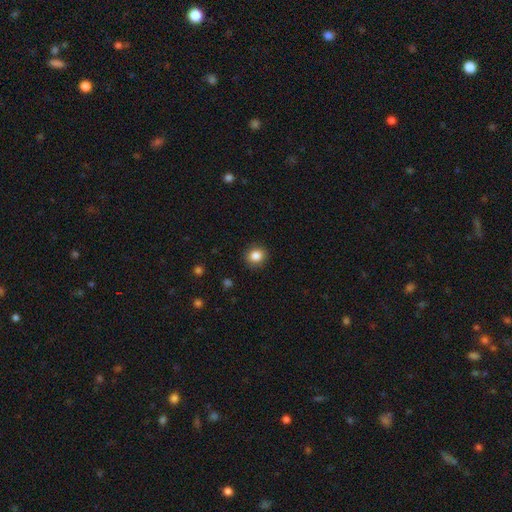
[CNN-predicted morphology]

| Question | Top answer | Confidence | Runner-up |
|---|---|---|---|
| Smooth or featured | smooth | 85% | star or artifact (10%) |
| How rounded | round | 80% | in between (19%) |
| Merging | none | 90% | minor disturbance (7%) |